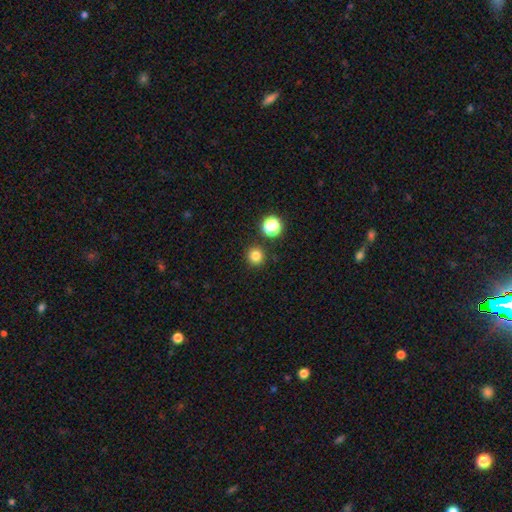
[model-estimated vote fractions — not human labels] Smooth or featured?
  - smooth: 80% *
  - star or artifact: 15%
  - featured or disk: 5%
How rounded?
  - round: 94% *
  - in between: 5%
  - cigar-shaped: 1%
Merging?
  - none: 89% *
  - minor disturbance: 6%
  - merger: 3%
  - major disturbance: 2%